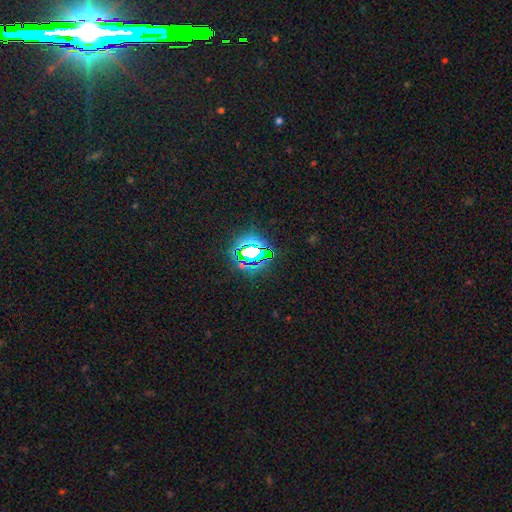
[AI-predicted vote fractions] smooth-or-featured: star or artifact: 69% | smooth: 20% | featured or disk: 11%